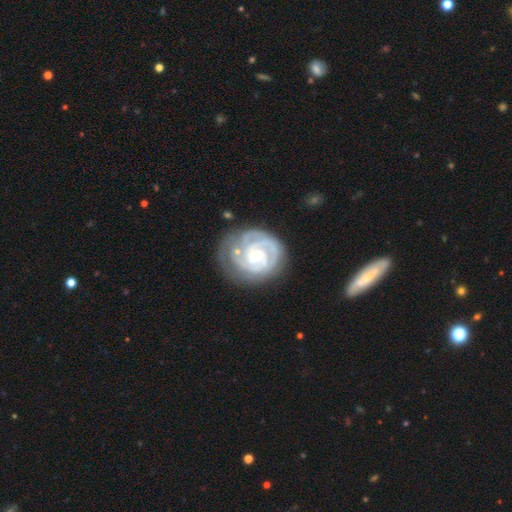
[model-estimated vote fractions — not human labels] This appears to be a featured or disk galaxy (88%) with no bar (51%), 2 (33%) tight (76%) spiral arms (97%) and a small central bulge (50%). Merging: none (65%).